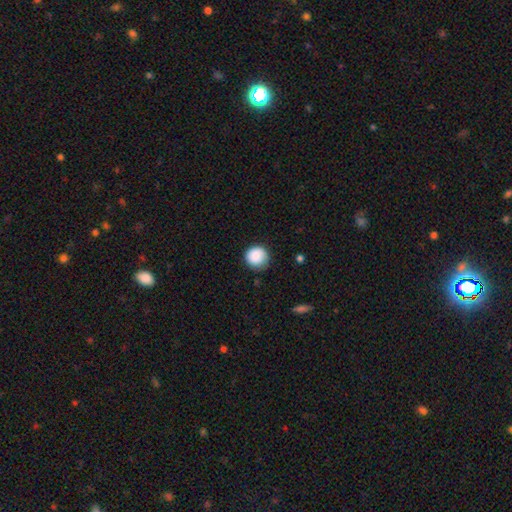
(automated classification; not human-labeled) smooth-or-featured: smooth: 87% | star or artifact: 8% | featured or disk: 5%
  how-rounded: round: 94% | in between: 6% | cigar-shaped: 1%
  merging: none: 80% | minor disturbance: 15% | major disturbance: 3% | merger: 1%